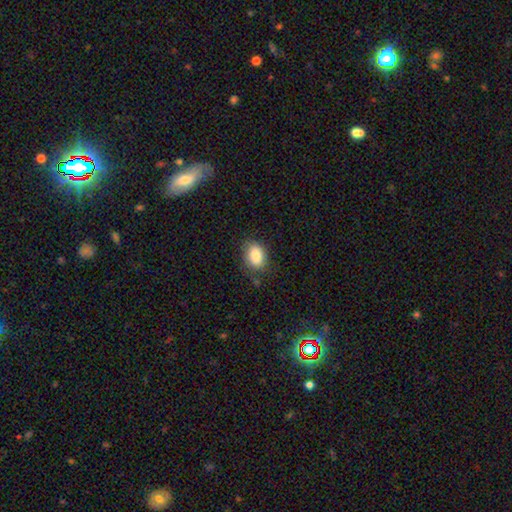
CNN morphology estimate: smooth-or-featured: smooth: 85% | star or artifact: 8% | featured or disk: 7%
  how-rounded: in between: 83% | round: 15% | cigar-shaped: 1%
  merging: none: 77% | minor disturbance: 17% | major disturbance: 4% | merger: 2%